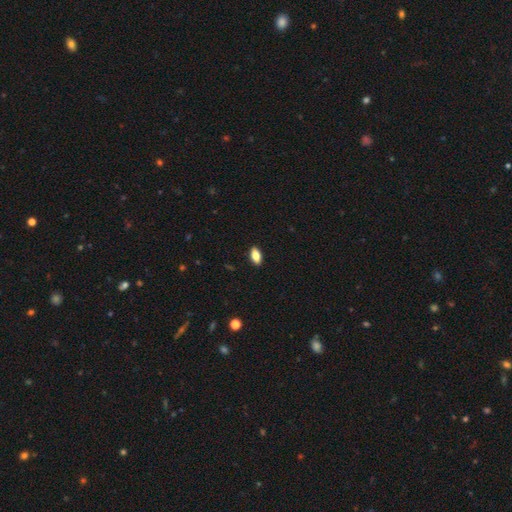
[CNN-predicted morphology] Smooth or featured: smooth — 78% (featured or disk — 14%)
How rounded: in between — 88% (cigar-shaped — 8%)
Merging: none — 90% (minor disturbance — 7%)